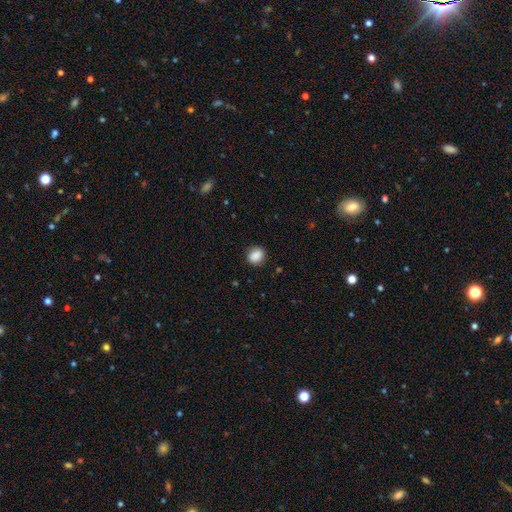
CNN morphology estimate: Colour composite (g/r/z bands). It shows a smooth galaxy with no disk features (88%) that is round (62%). Merging: none (86%).